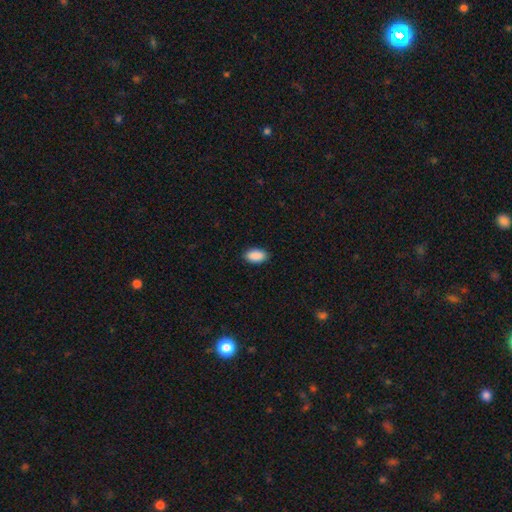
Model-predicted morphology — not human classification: smooth-or-featured: smooth: 91% | star or artifact: 7% | featured or disk: 2%
  how-rounded: in between: 93% | round: 5% | cigar-shaped: 2%
  merging: none: 89% | minor disturbance: 8% | major disturbance: 2% | merger: 1%